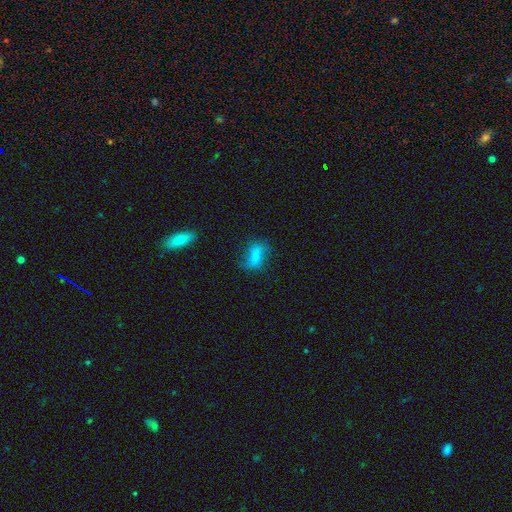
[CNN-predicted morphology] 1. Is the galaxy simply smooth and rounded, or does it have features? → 71% smooth, 17% featured or disk, 12% star or artifact.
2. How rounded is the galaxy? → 74% in between, 18% cigar-shaped, 7% round.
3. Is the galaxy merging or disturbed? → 56% none, 25% minor disturbance, 15% major disturbance, 3% merger.